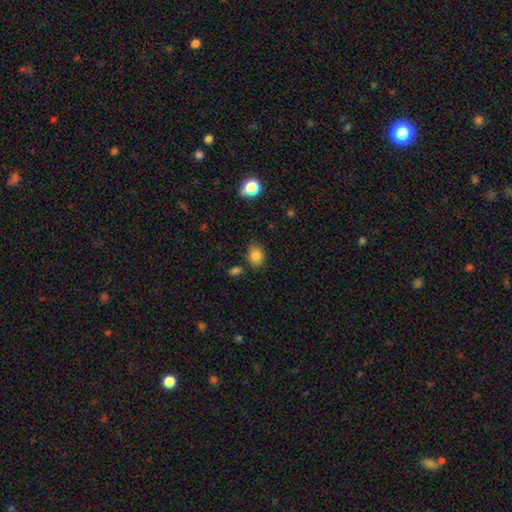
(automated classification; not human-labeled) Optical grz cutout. It shows a smooth galaxy with no disk features (84%) that is in between round and cigar-shaped (55%). Merging: none (80%).